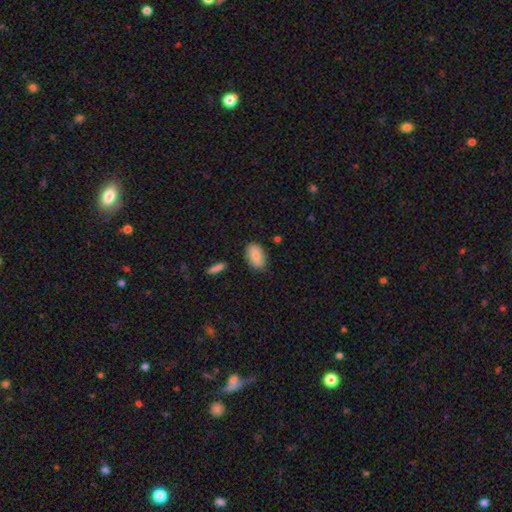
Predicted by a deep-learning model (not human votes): Q: Smooth or featured?
A: smooth (80%); runner-up: featured or disk (14%)
Q: How rounded?
A: in between (90%); runner-up: round (6%)
Q: Merging?
A: none (77%); runner-up: minor disturbance (17%)